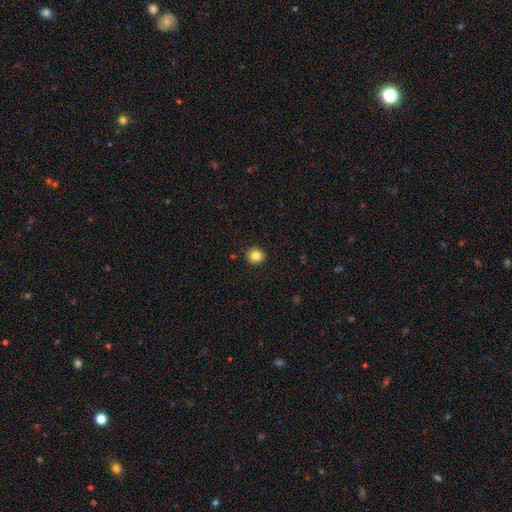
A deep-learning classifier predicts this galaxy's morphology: A smooth galaxy with no disk features (84%) that is round (91%). Merging: none (92%).